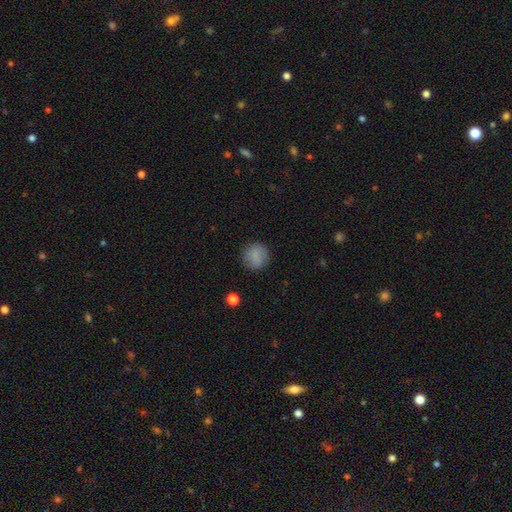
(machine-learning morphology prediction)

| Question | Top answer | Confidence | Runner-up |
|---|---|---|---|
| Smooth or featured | smooth | 84% | star or artifact (9%) |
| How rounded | round | 90% | in between (9%) |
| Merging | none | 88% | minor disturbance (8%) |